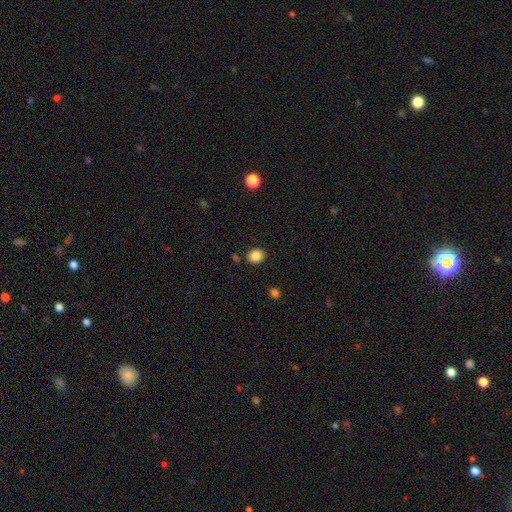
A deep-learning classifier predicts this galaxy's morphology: A smooth galaxy with no disk features (85%) that is round (59%).

Vote fractions:
- Smooth or featured? smooth: 85% / star or artifact: 10% / featured or disk: 5%
- How rounded? round: 59% / in between: 40% / cigar-shaped: 1%
- Merging? none: 86% / minor disturbance: 8% / merger: 3% / major disturbance: 2%